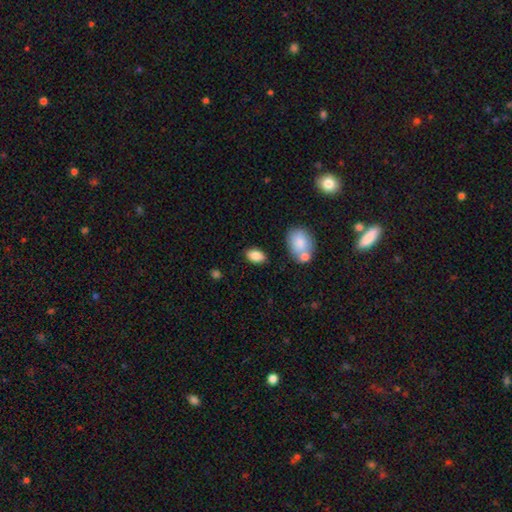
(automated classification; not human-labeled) Q: Smooth or featured?
A: smooth (87%); runner-up: star or artifact (8%)
Q: How rounded?
A: in between (91%); runner-up: round (7%)
Q: Merging?
A: none (82%); runner-up: minor disturbance (11%)